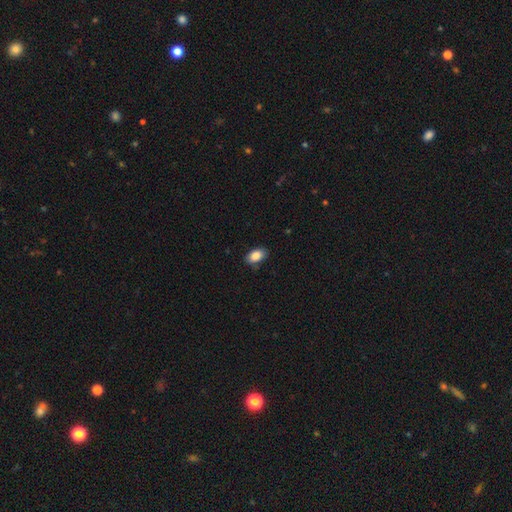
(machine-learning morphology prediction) Overall: smooth (86%). How rounded: in between (91%). Merging: none (82%).